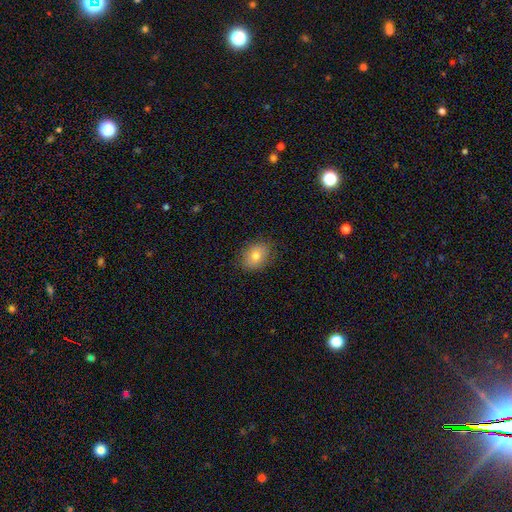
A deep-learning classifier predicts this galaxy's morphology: Smooth or featured? Predicted: smooth (p=0.75). How rounded? Predicted: in between (p=0.56). Merging? Predicted: none (p=0.84).